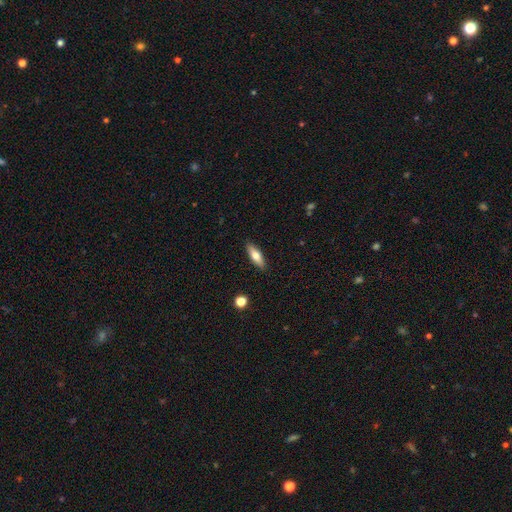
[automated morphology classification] This appears to be a smooth galaxy with no disk features (67%) that is in between round and cigar-shaped (54%). Merging: none (89%).